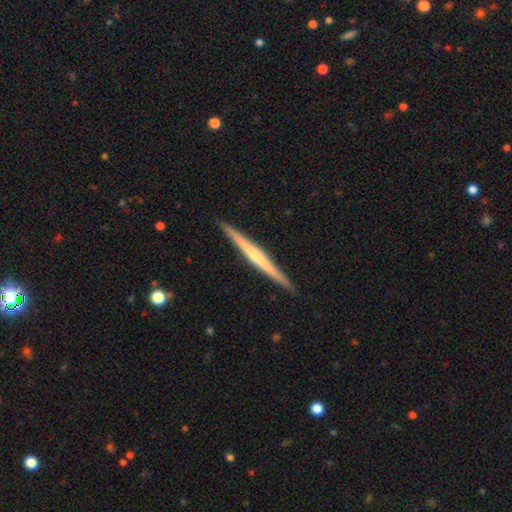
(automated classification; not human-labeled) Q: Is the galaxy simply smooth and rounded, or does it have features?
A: featured or disk — 73%.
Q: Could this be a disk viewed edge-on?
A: yes — 98%.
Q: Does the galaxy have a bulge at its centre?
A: rounded — 58%.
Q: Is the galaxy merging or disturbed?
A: none — 92%.